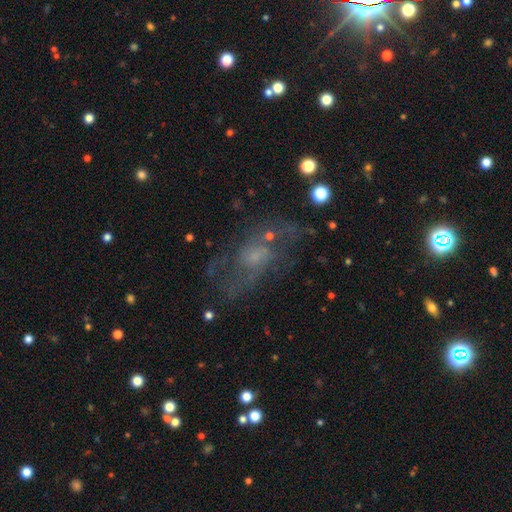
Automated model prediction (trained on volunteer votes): Smooth or featured? featured or disk (66%)
Edge-on disk? no (94%)
Bar? no (67%)
Spiral arms? yes (76%)
Bulge size? small (54%)
Merging? none (58%)